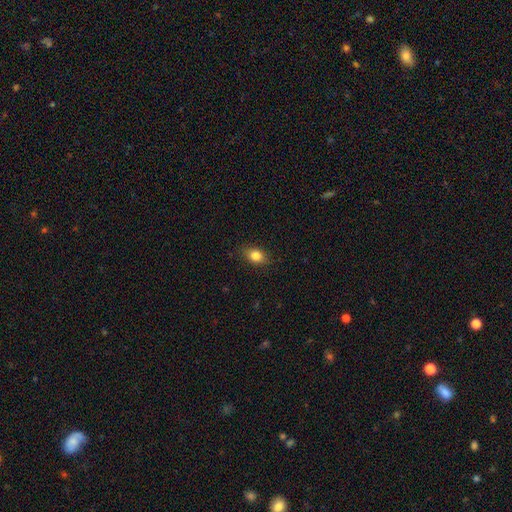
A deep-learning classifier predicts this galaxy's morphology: Smooth or featured? smooth (83%)
How rounded? in between (73%)
Merging? none (86%)